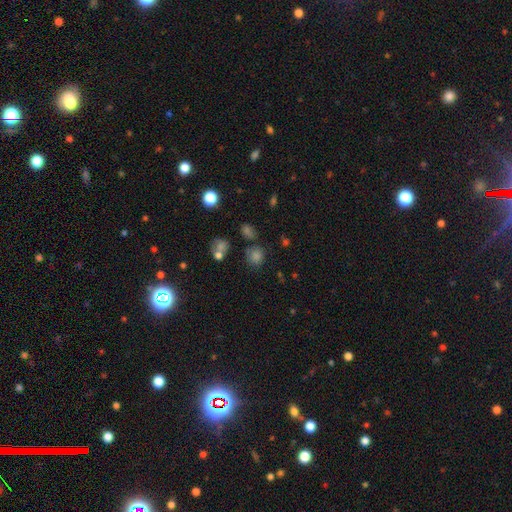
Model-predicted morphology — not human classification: A smooth galaxy with no disk features (58%) that is round (81%). Merging: none (73%).